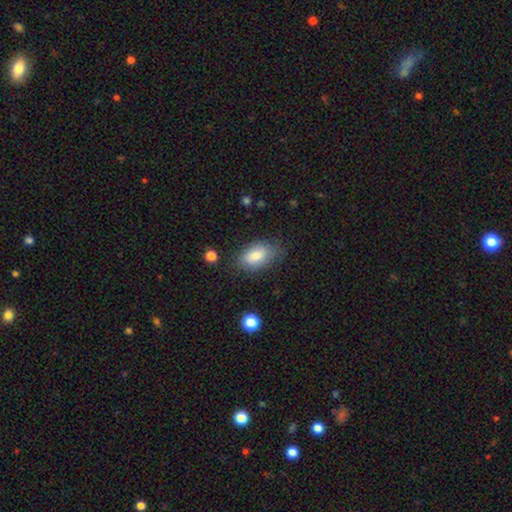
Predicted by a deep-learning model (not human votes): Q: Smooth or featured?
A: smooth (81%); runner-up: featured or disk (12%)
Q: How rounded?
A: in between (92%); runner-up: round (6%)
Q: Merging?
A: none (75%); runner-up: minor disturbance (18%)